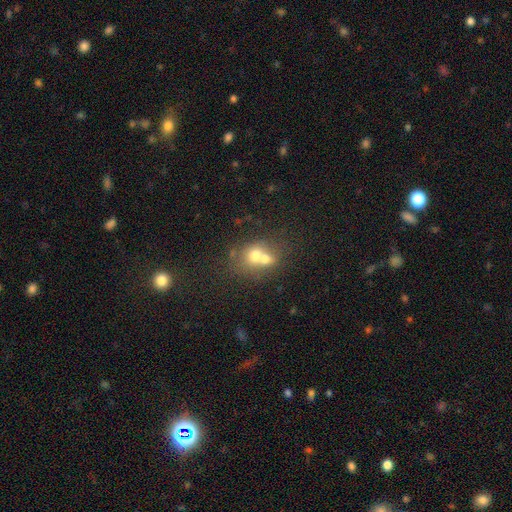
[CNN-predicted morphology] A smooth galaxy with no disk features (64%) that is round (62%). Merging: merger (66%).